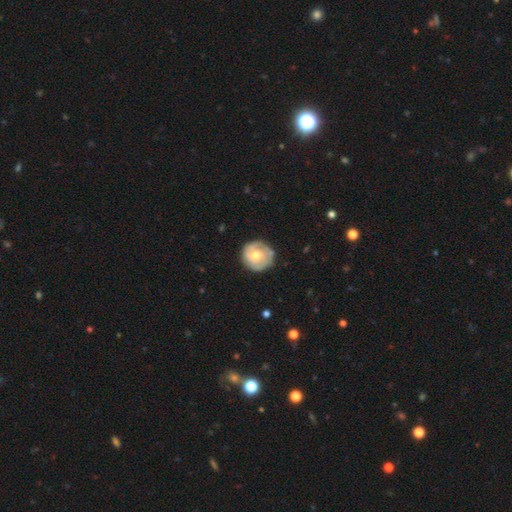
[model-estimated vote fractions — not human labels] smooth_or_featured: featured or disk (p=0.52) [alt: smooth p=0.43]
disk_edge_on: no (p=0.98) [alt: yes p=0.02]
bar: no (p=0.75) [alt: weak p=0.21]
has_spiral_arms: yes (p=0.68) [alt: no p=0.32]
bulge_size: moderate (p=0.65) [alt: small p=0.29]
merging: none (p=0.77) [alt: minor disturbance p=0.16]